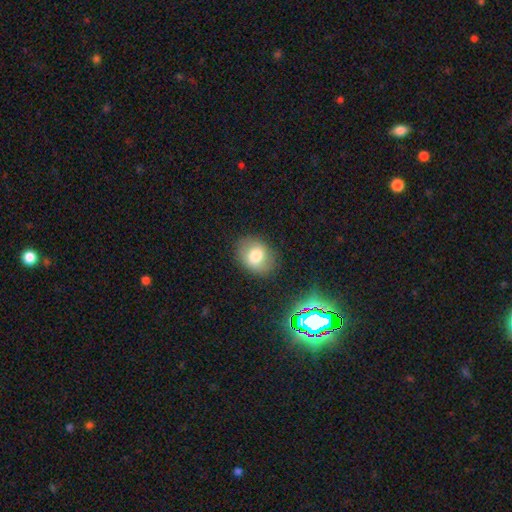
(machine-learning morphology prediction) A smooth galaxy with no disk features (72%) that is in between round and cigar-shaped (54%). Merging: none (82%).